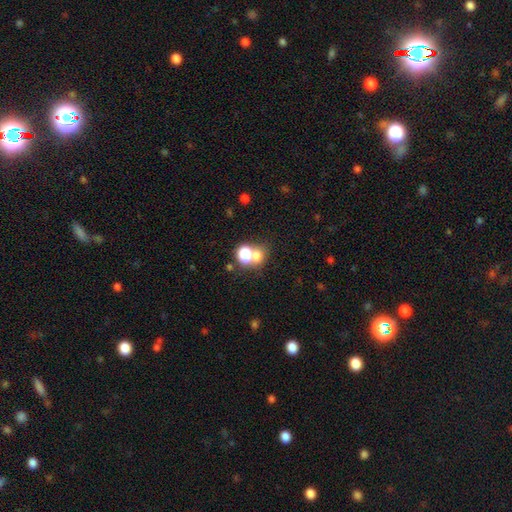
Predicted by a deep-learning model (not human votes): This is likely a smooth galaxy (67%). How rounded: likely round (67%). Merging: possibly merger (47%).